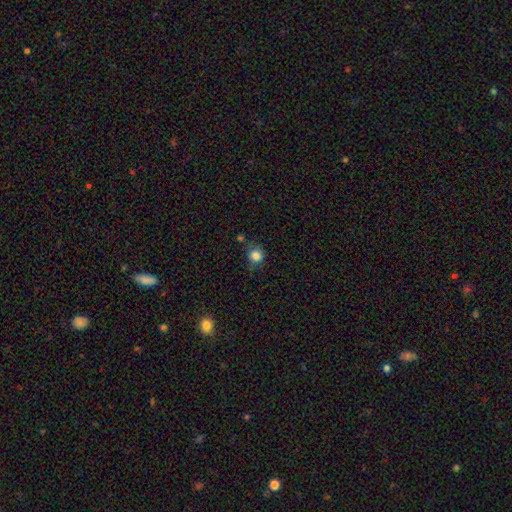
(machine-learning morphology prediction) Overall: smooth (84%). How rounded: round (82%). Merging: none (62%; minor disturbance 24%).